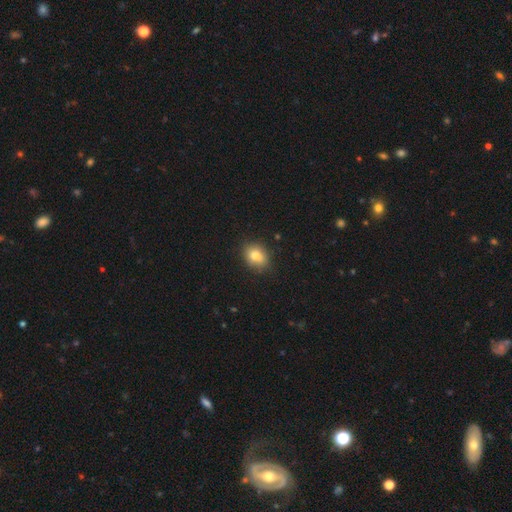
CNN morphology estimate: This appears to be a smooth galaxy with no disk features (80%) that is round (53%). Merging: none (84%).